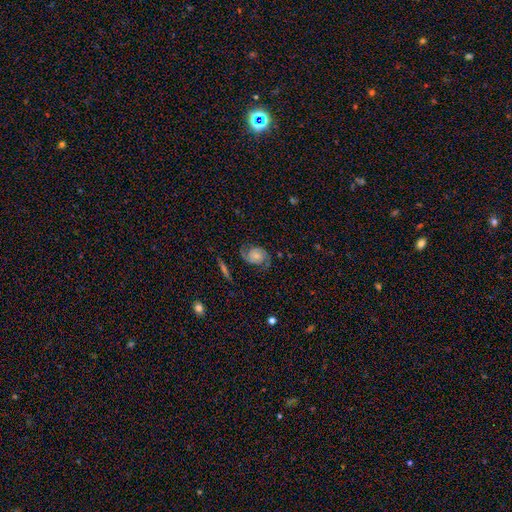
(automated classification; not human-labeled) A featured or disk galaxy (76%) with no bar (71%), 2 (91%) medium (47%) spiral arms (95%) and a small central bulge (46%).

Vote fractions:
- Smooth or featured? featured or disk: 76% / smooth: 16% / star or artifact: 8%
- Edge-on disk? no: 97% / yes: 3%
- Bar? no: 71% / weak: 24% / strong: 5%
- Spiral arms? yes: 95% / no: 5%
- Spiral winding? medium: 47% / tight: 27% / loose: 26%
- Spiral arm count? 2: 91% / can't tell: 4% / 1: 2% / 3: 1% / 4: 1% / more than 4: 1%
- Bulge size? small: 46% / moderate: 31% / none: 12% / large: 7% / dominant: 3%
- Merging? none: 71% / minor disturbance: 18% / major disturbance: 9% / merger: 2%